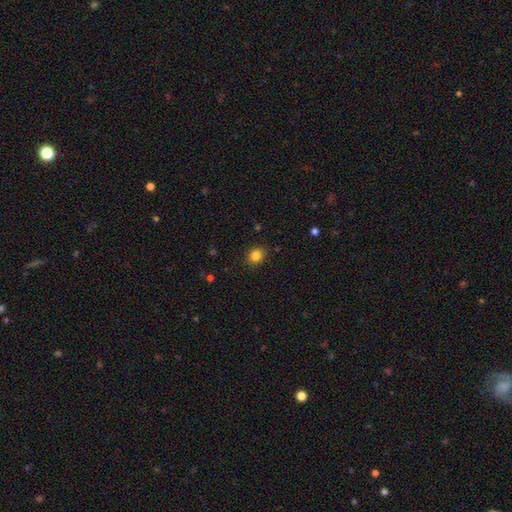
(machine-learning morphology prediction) This is clearly a smooth galaxy (84%). How rounded: likely round (77%). Merging: clearly none (89%).